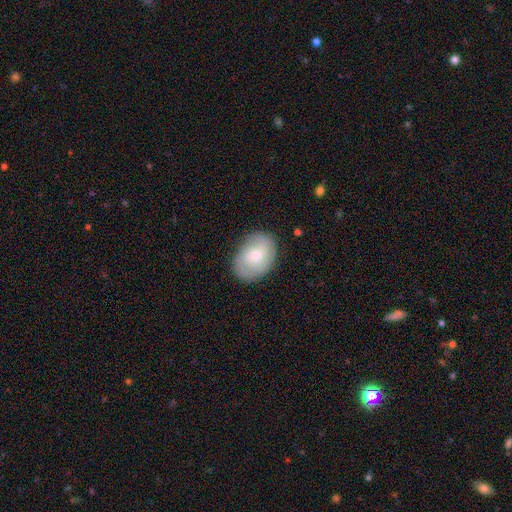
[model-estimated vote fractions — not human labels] Smooth or featured: smooth — 53% (featured or disk — 41%)
How rounded: in between — 76% (round — 23%)
Merging: none — 79% (minor disturbance — 15%)